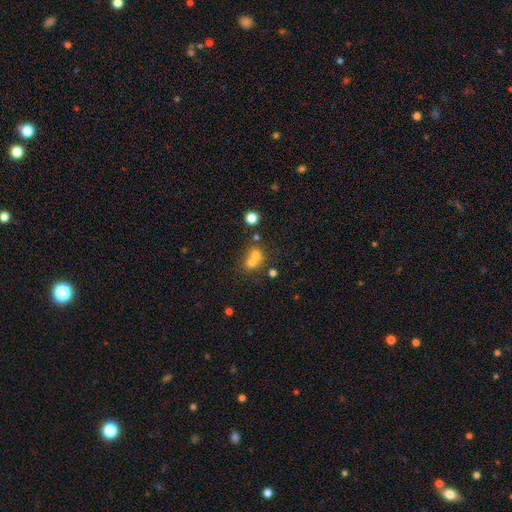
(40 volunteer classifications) A smooth galaxy with no disk features (78%) that is round (81%). Merging: merger (84%).